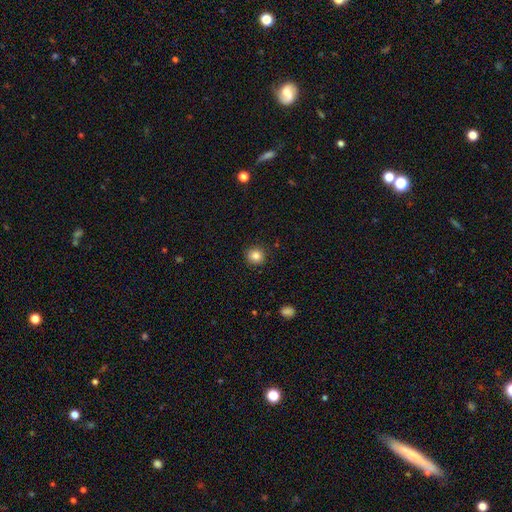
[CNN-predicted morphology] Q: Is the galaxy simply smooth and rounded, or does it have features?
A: smooth — 84%.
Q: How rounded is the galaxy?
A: round — 92%.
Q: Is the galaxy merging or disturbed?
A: none — 91%.